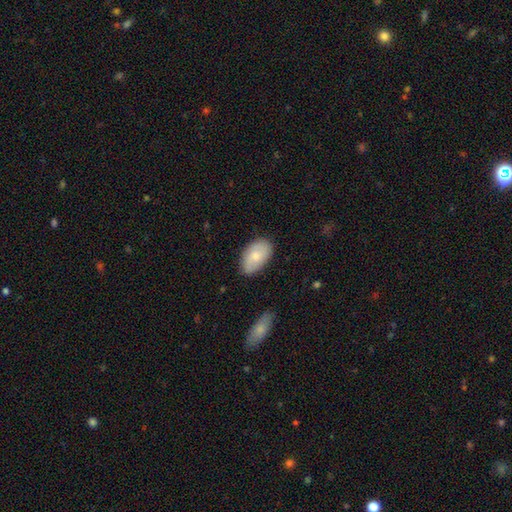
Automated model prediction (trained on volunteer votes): This appears to be a smooth galaxy with no disk features (73%) that is in between round and cigar-shaped (93%). Merging: none (78%).